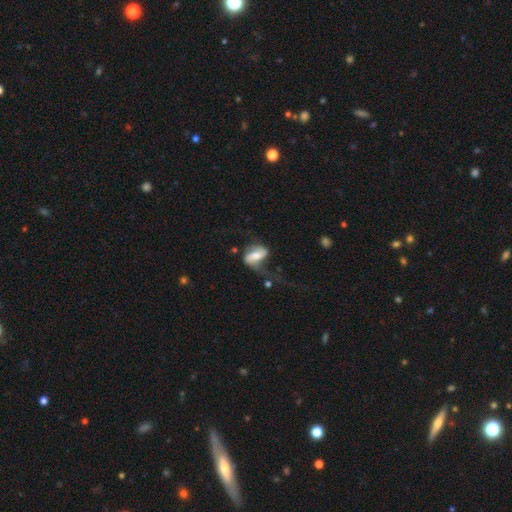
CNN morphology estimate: The model was most divided on "bar": weak: 36%, strong: 34%, no: 30%. Remaining: edge-on disk — no (93%); spiral arms — yes (78%); smooth or featured — featured or disk (57%); bulge size — moderate (54%); merging — major disturbance (43%).